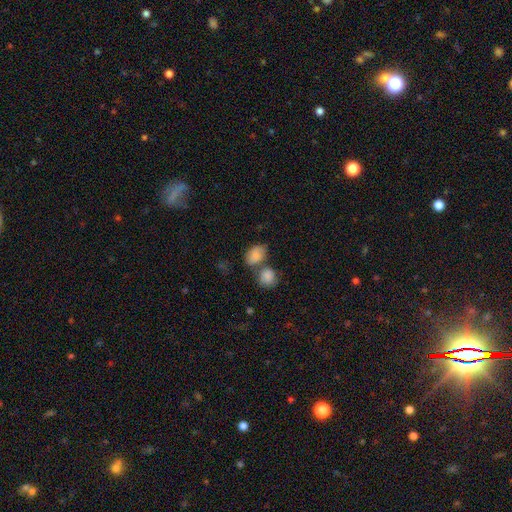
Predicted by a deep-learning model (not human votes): smooth_or_featured: smooth (p=0.83) [alt: featured or disk p=0.09]
how_rounded: in between (p=0.76) [alt: round p=0.22]
merging: merger (p=0.42) [alt: none p=0.40]